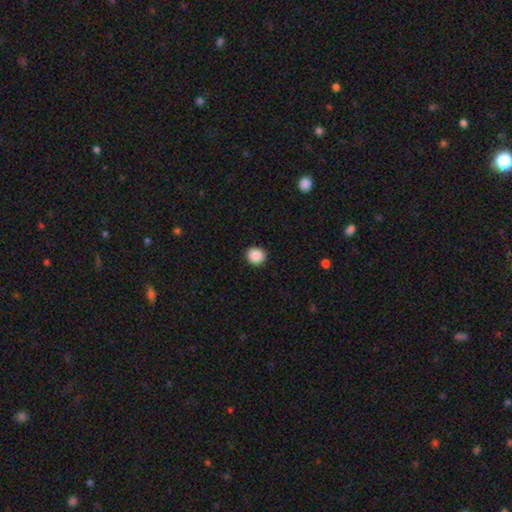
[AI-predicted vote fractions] Morphology: type=smooth (88%); roundness=round (85%); merging=none (92%).